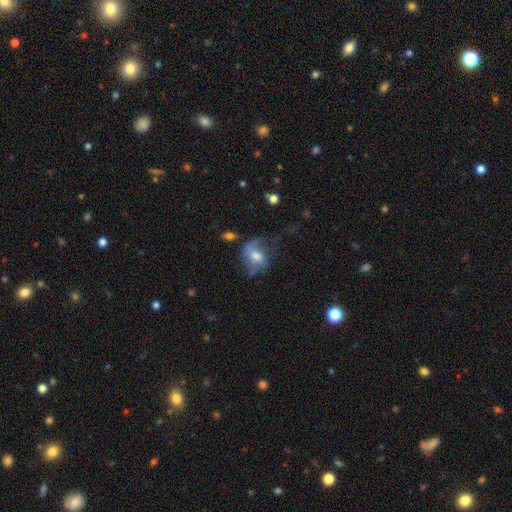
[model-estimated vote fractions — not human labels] The model was most divided on "smooth or featured": smooth: 49%, featured or disk: 42%, star or artifact: 9%. Remaining: merging — none (38%).